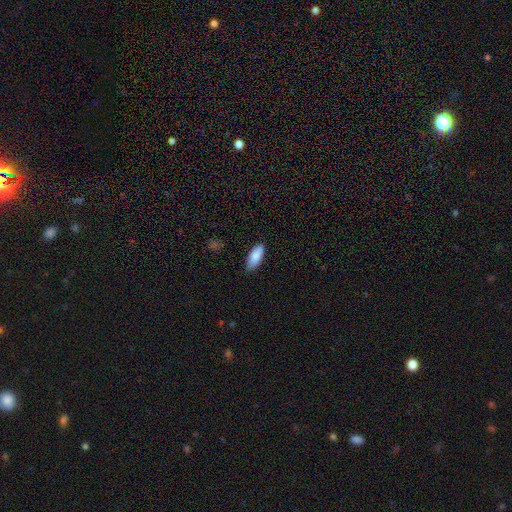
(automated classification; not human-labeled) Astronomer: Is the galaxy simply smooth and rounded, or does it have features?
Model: smooth — 87%.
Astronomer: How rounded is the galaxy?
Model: in between — 82%.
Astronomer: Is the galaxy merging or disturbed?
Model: none — 84%.